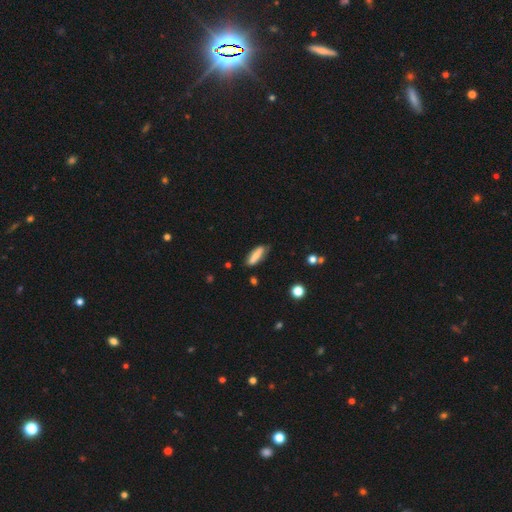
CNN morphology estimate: A smooth galaxy with no disk features (75%) that is cigar-shaped (57%).

Vote fractions:
- Smooth or featured? smooth: 75% / featured or disk: 18% / star or artifact: 7%
- How rounded? cigar-shaped: 57% / in between: 41% / round: 2%
- Merging? none: 73% / minor disturbance: 20% / major disturbance: 4% / merger: 3%